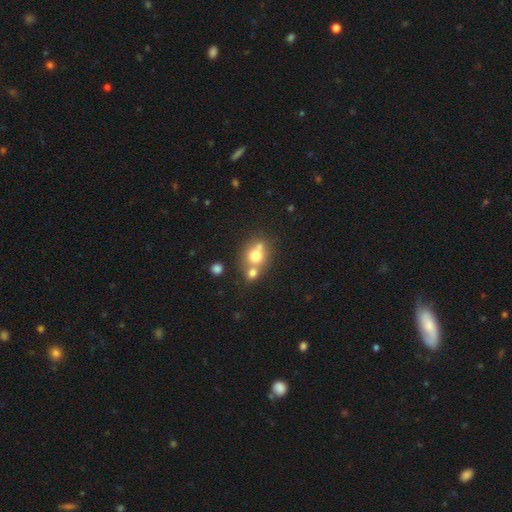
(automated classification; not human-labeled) Smooth or featured: smooth — 70% (featured or disk — 18%)
How rounded: round — 70% (in between — 29%)
Merging: merger — 48% (none — 39%)